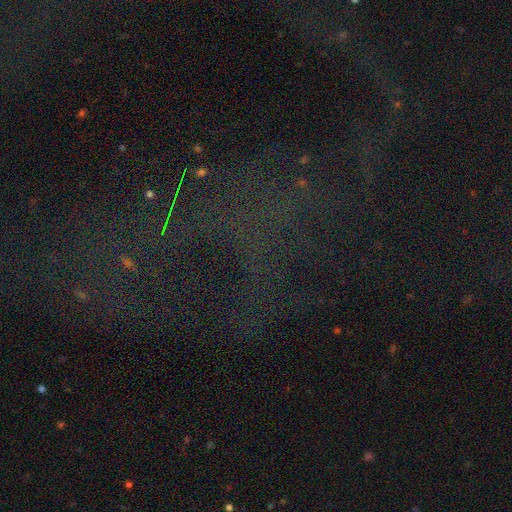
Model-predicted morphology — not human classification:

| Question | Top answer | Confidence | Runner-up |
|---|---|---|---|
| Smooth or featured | star or artifact | 67% | featured or disk (19%) |